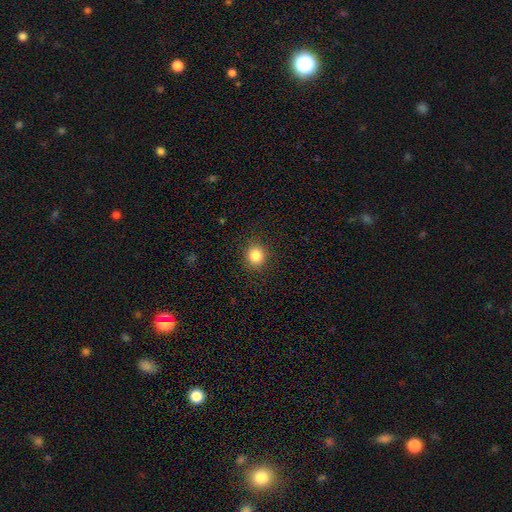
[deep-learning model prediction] Q: Smooth or featured?
A: smooth (84%); runner-up: star or artifact (11%)
Q: How rounded?
A: round (87%); runner-up: in between (12%)
Q: Merging?
A: none (90%); runner-up: minor disturbance (7%)